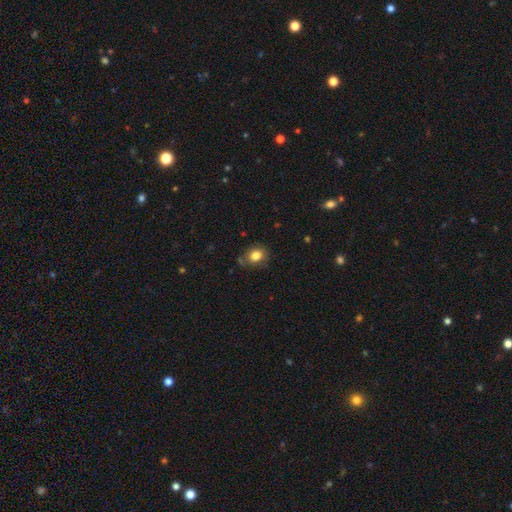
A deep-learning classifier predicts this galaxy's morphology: The model was most divided on "how rounded": round: 59%, in between: 40%, cigar-shaped: 1%. More confident: smooth or featured — smooth (82%); merging — none (74%).